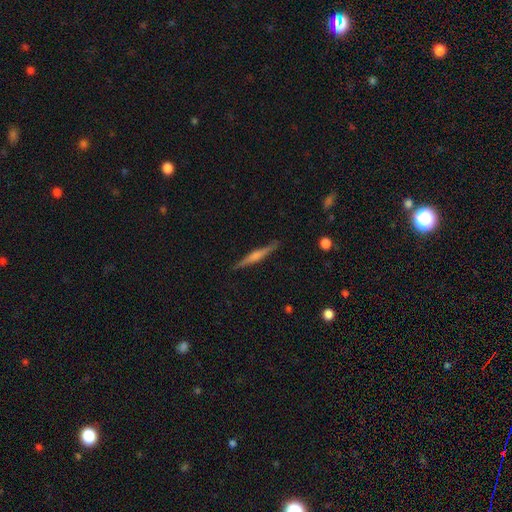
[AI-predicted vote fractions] A featured or disk galaxy (69%) viewed edge-on (98%) with a rounded central bulge (64%).

Vote fractions:
- Smooth or featured? featured or disk: 69% / smooth: 25% / star or artifact: 6%
- Edge-on disk? yes: 98% / no: 2%
- Edge-on bulge? rounded: 64% / boxy: 19% / none: 17%
- Merging? none: 90% / minor disturbance: 8% / major disturbance: 2% / merger: 1%